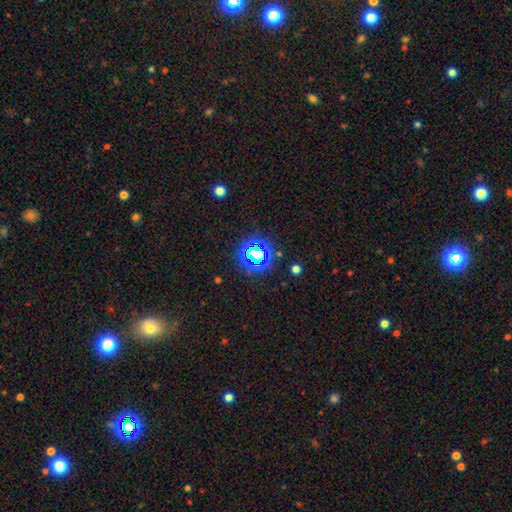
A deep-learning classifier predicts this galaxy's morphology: smooth_or_featured: star or artifact (p=0.71) [alt: smooth p=0.19]